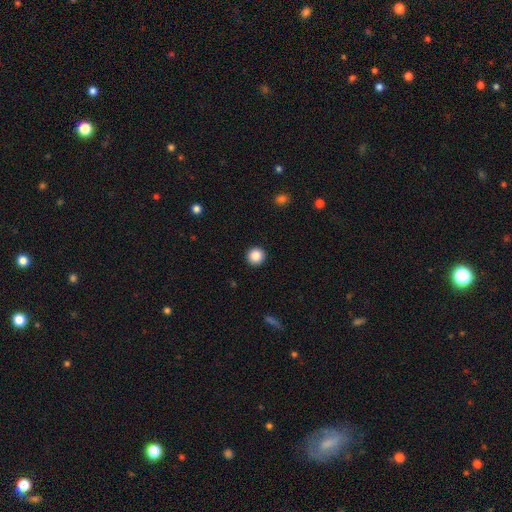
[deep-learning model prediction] Smooth or featured? Predicted: smooth (p=0.87). How rounded? Predicted: round (p=0.95). Merging? Predicted: none (p=0.93).